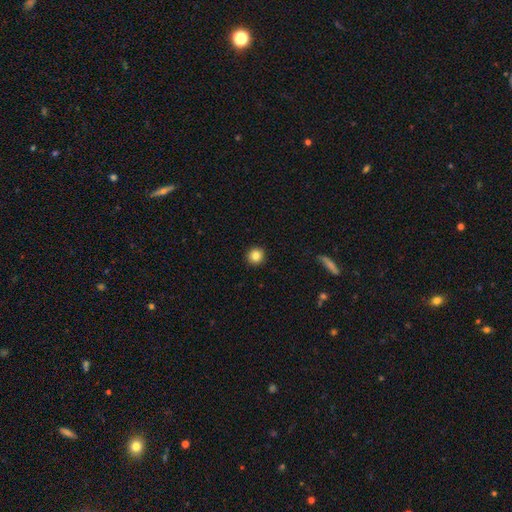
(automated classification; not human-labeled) smooth 85%, star or artifact 10%, featured or disk 6%. Down the decision tree: how rounded — round (93%); merging — none (92%).